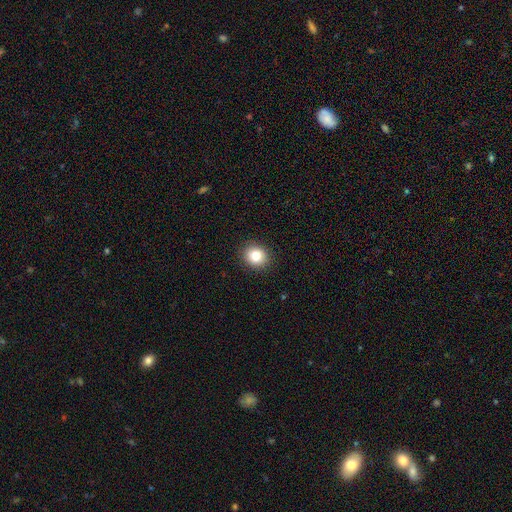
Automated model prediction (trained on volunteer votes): smooth 81%, star or artifact 11%, featured or disk 8%. Down the decision tree: how rounded — round (79%); merging — none (91%).